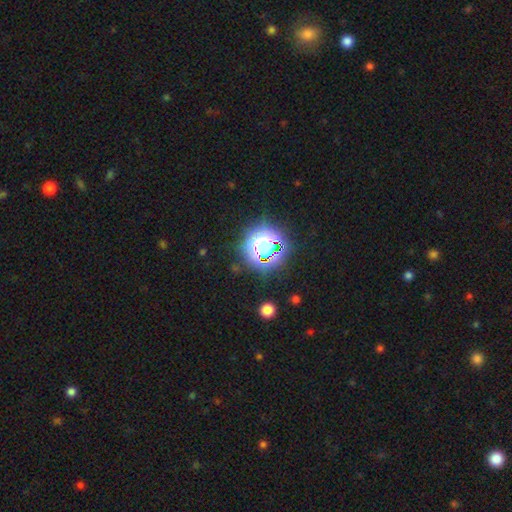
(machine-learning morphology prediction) A star or artifact, not a galaxy (77%).